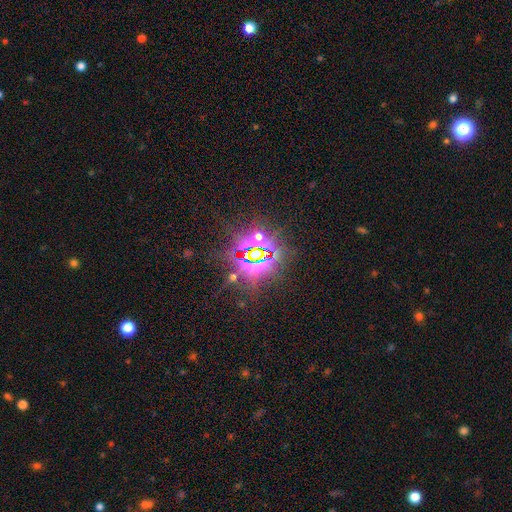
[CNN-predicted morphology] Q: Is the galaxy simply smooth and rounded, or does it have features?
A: star or artifact — 85%.